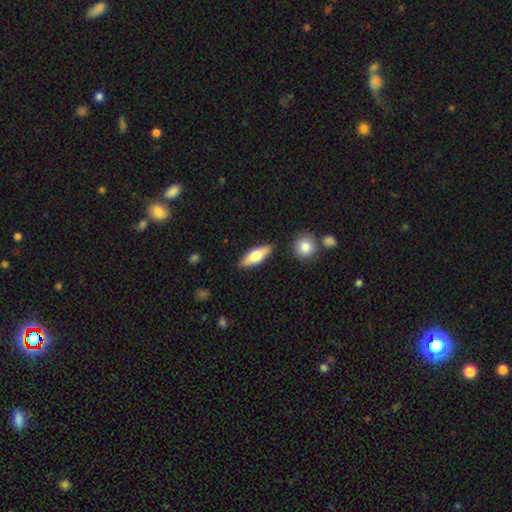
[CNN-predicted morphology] smooth_or_featured: smooth (p=0.67) [alt: featured or disk p=0.27]
how_rounded: in between (p=0.66) [alt: cigar-shaped p=0.32]
merging: none (p=0.85) [alt: minor disturbance p=0.10]